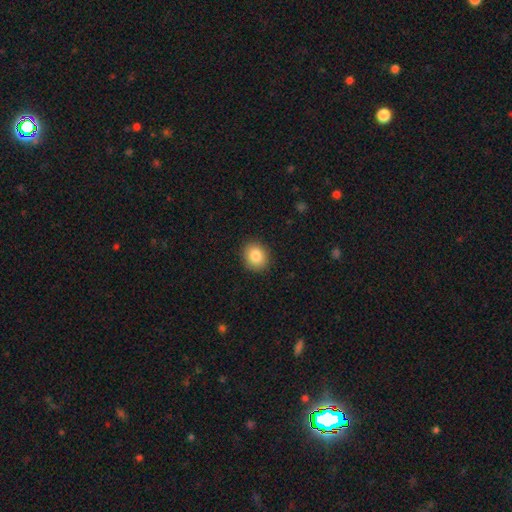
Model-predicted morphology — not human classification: smooth 85%, star or artifact 9%, featured or disk 6%. Down the decision tree: how rounded — round (70%); merging — none (90%).